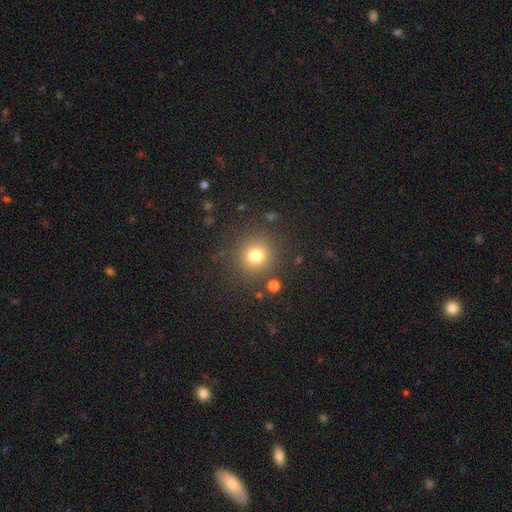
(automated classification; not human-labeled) The model was most divided on "smooth or featured": smooth: 77%, star or artifact: 15%, featured or disk: 8%. More confident: how rounded — round (92%); merging — none (86%).